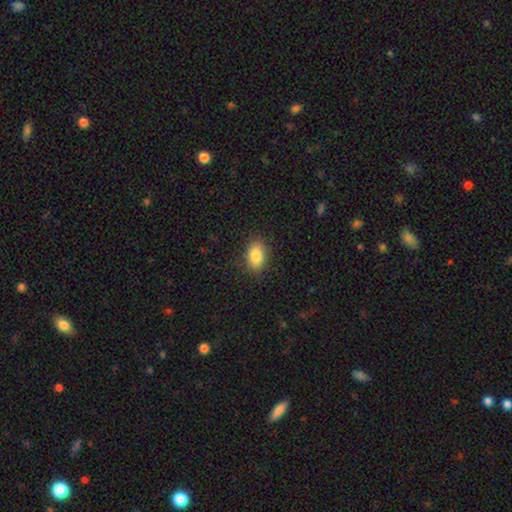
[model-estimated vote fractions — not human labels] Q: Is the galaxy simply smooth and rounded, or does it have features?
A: smooth — 86%.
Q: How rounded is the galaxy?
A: in between — 88%.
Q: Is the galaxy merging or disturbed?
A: none — 87%.